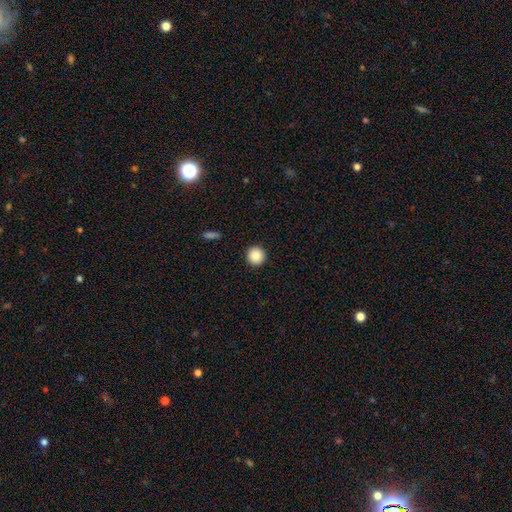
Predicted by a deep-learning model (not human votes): This is clearly a smooth galaxy (88%). How rounded: clearly round (96%). Merging: clearly none (93%).